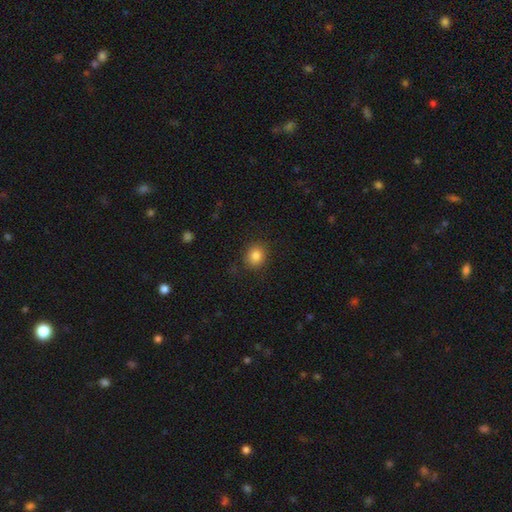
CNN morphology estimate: This is clearly a smooth galaxy (85%). How rounded: likely round (73%). Merging: clearly none (85%).